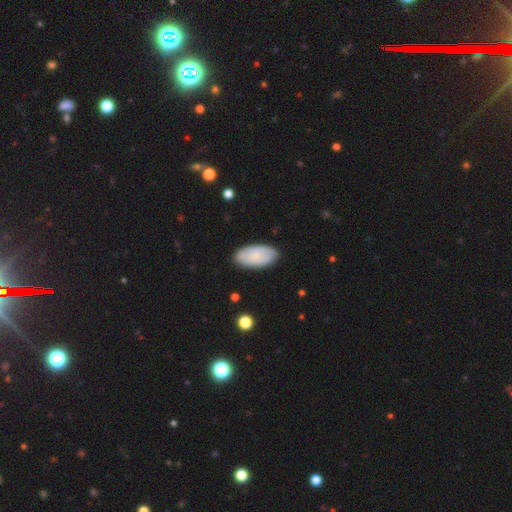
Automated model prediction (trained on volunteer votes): Smooth or featured? smooth (72%)
How rounded? in between (95%)
Merging? none (86%)